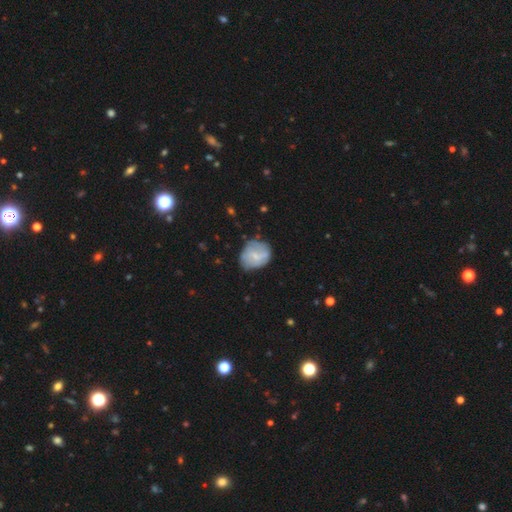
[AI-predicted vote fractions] Morphology: type=smooth (51%); roundness=round (63%); merging=none (60%).